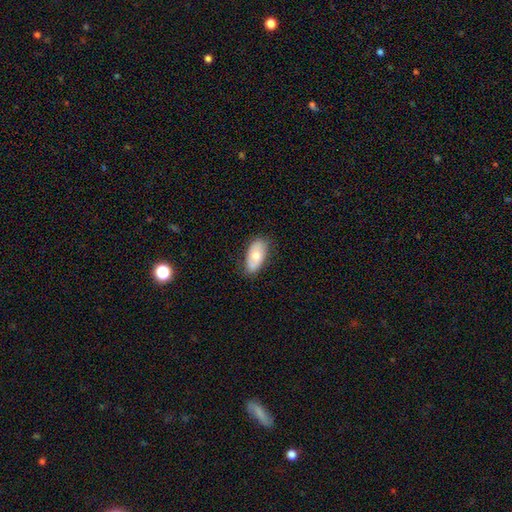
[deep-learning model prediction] smooth-or-featured: smooth: 65% | featured or disk: 29% | star or artifact: 6%
  how-rounded: in between: 93% | round: 4% | cigar-shaped: 3%
  merging: none: 80% | minor disturbance: 16% | major disturbance: 3% | merger: 1%